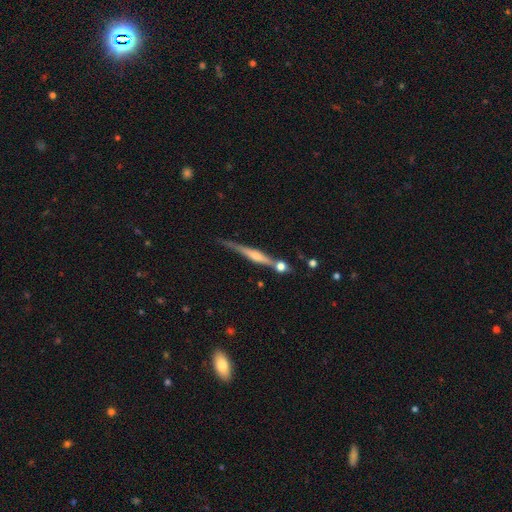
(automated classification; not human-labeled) Smooth or featured? Predicted: featured or disk (p=0.74). Edge-on disk? Predicted: yes (p=0.97). Edge-on bulge? Predicted: rounded (p=0.67). Merging? Predicted: none (p=0.70).